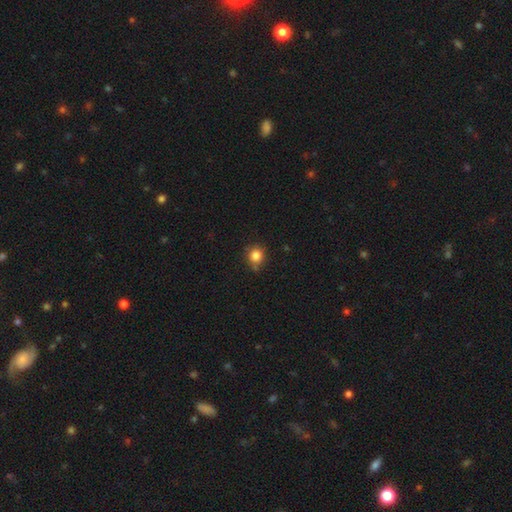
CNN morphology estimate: Q: Smooth or featured?
A: smooth (83%); runner-up: star or artifact (12%)
Q: How rounded?
A: round (87%); runner-up: in between (12%)
Q: Merging?
A: none (75%); runner-up: minor disturbance (17%)